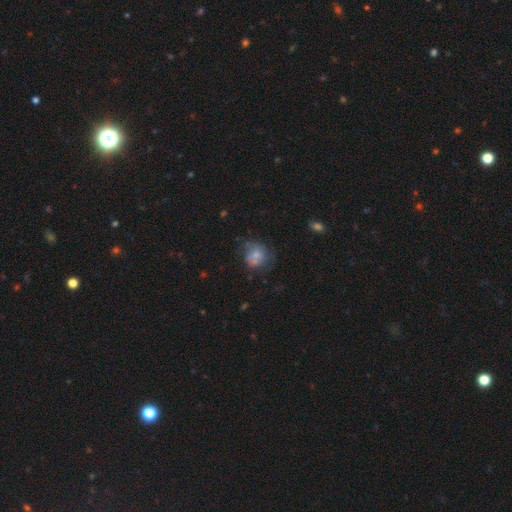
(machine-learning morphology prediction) smooth_or_featured: smooth (p=0.60) [alt: featured or disk p=0.29]
how_rounded: round (p=0.72) [alt: in between p=0.27]
merging: none (p=0.43) [alt: minor disturbance p=0.27]